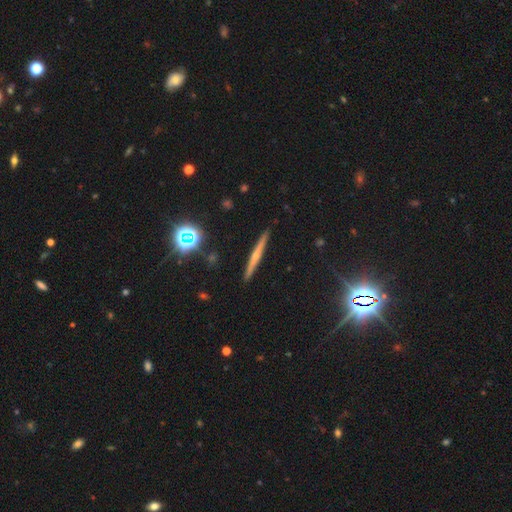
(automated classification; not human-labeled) featured or disk 57%, smooth 30%, star or artifact 12%. Down the decision tree: edge-on disk — yes (97%); edge-on bulge — rounded (57%); merging — none (91%).